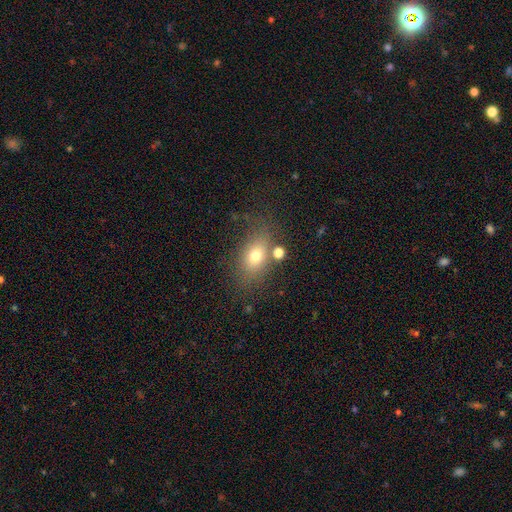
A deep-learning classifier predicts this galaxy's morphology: smooth-or-featured: smooth: 70% | featured or disk: 16% | star or artifact: 14%
  how-rounded: in between: 73% | round: 24% | cigar-shaped: 3%
  merging: none: 66% | minor disturbance: 15% | merger: 10% | major disturbance: 8%